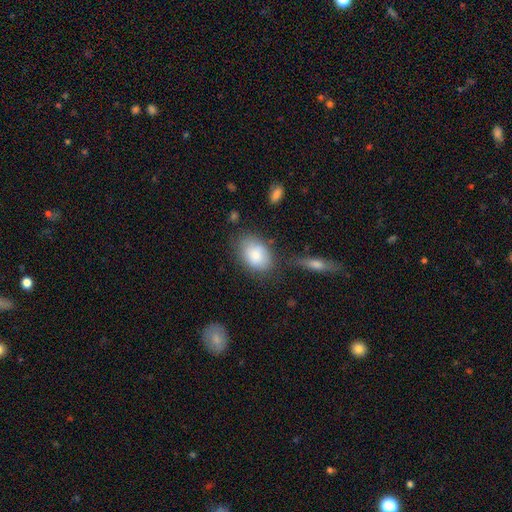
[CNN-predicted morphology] A smooth galaxy with no disk features (82%) that is in between round and cigar-shaped (79%).

Vote fractions:
- Smooth or featured? smooth: 82% / featured or disk: 11% / star or artifact: 7%
- How rounded? in between: 79% / round: 20% / cigar-shaped: 1%
- Merging? none: 67% / minor disturbance: 21% / merger: 7% / major disturbance: 6%